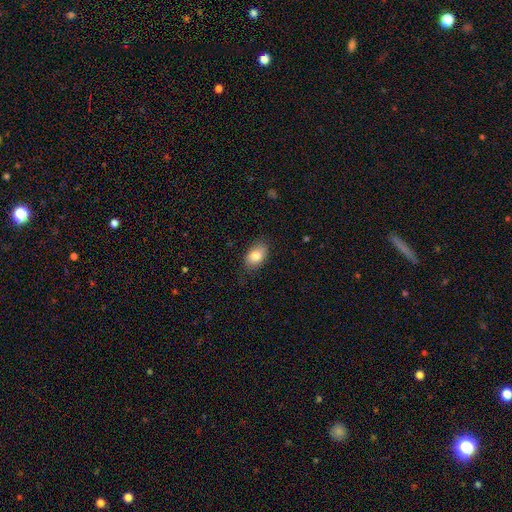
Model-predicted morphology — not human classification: Smooth or featured?
  - smooth: 82% *
  - featured or disk: 10%
  - star or artifact: 8%
How rounded?
  - in between: 88% *
  - round: 11%
  - cigar-shaped: 1%
Merging?
  - none: 79% *
  - minor disturbance: 16%
  - major disturbance: 4%
  - merger: 1%